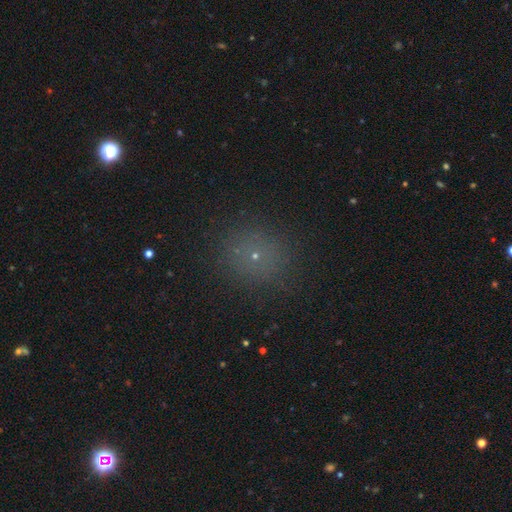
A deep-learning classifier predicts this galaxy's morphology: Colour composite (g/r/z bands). It shows a smooth galaxy with no disk features (61%) that is round (86%). Merging: none (87%).